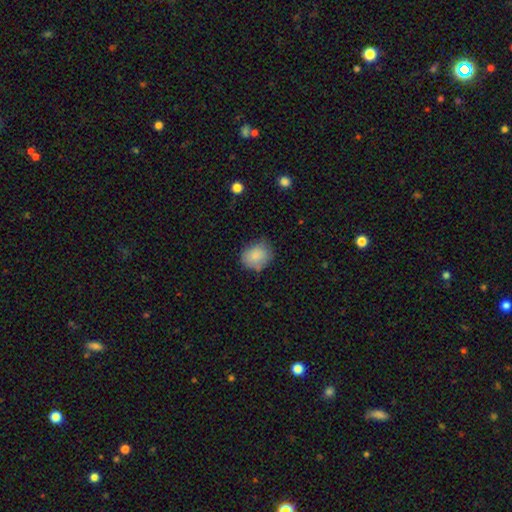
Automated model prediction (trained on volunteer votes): Smooth or featured: smooth — 85% (star or artifact — 8%)
How rounded: round — 56% (in between — 43%)
Merging: none — 66% (minor disturbance — 26%)